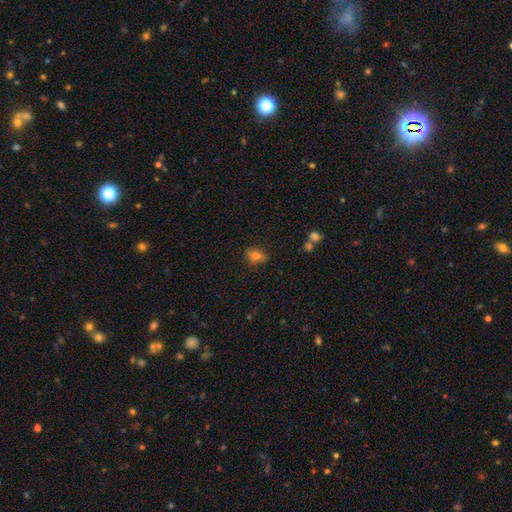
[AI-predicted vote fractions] Smooth or featured: smooth — 81% (star or artifact — 11%)
How rounded: in between — 68% (round — 31%)
Merging: none — 80% (minor disturbance — 15%)